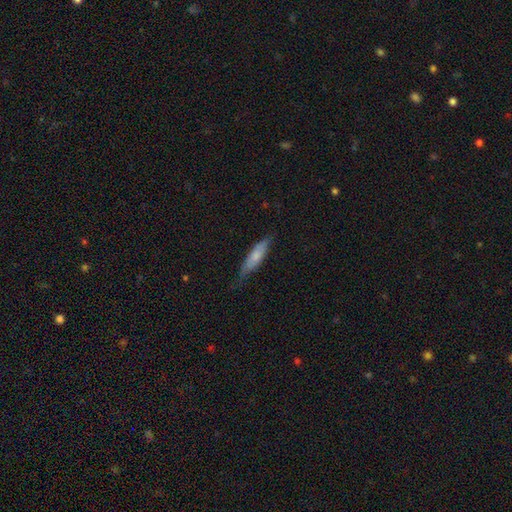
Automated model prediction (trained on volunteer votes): Smooth or featured: smooth — 66% (featured or disk — 28%)
How rounded: cigar-shaped — 67% (in between — 31%)
Merging: none — 70% (minor disturbance — 24%)